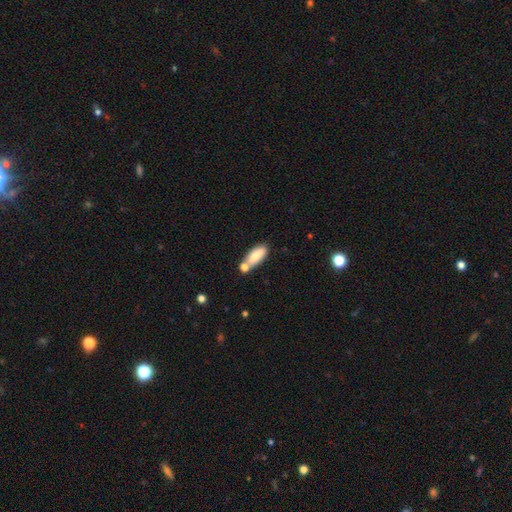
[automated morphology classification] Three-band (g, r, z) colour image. It shows a smooth galaxy with no disk features (81%) that is in between round and cigar-shaped (72%). Merging: none (54%).